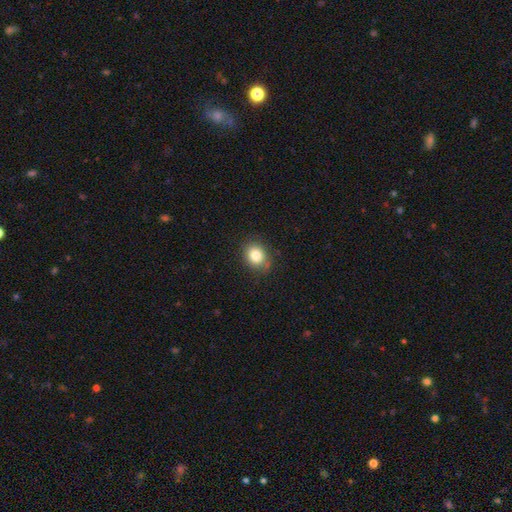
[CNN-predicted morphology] smooth-or-featured: smooth: 83% | star or artifact: 10% | featured or disk: 7%
  how-rounded: round: 62% | in between: 37% | cigar-shaped: 1%
  merging: none: 81% | minor disturbance: 14% | major disturbance: 3% | merger: 1%